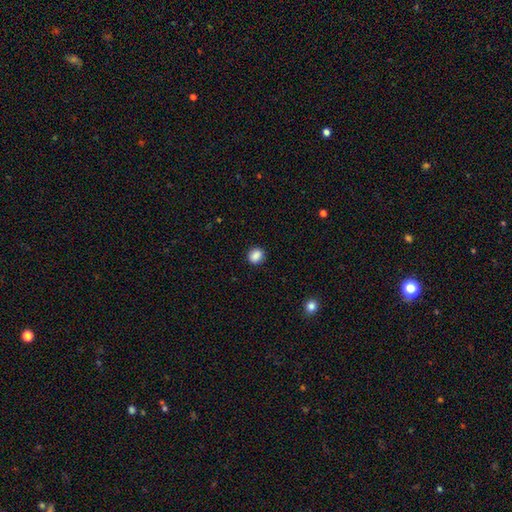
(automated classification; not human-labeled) A smooth galaxy with no disk features (88%) that is round (71%).

Vote fractions:
- Smooth or featured? smooth: 88% / star or artifact: 9% / featured or disk: 3%
- How rounded? round: 71% / in between: 28% / cigar-shaped: 1%
- Merging? none: 89% / minor disturbance: 8% / major disturbance: 2% / merger: 1%